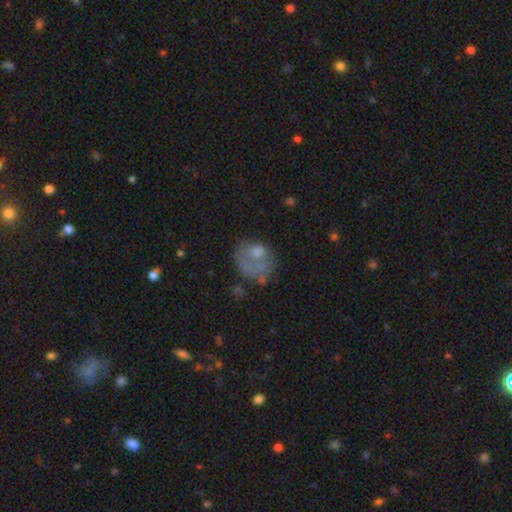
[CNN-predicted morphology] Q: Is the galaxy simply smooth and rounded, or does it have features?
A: smooth — 58%.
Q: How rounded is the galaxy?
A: round — 62%.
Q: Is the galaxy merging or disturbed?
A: none — 36%.